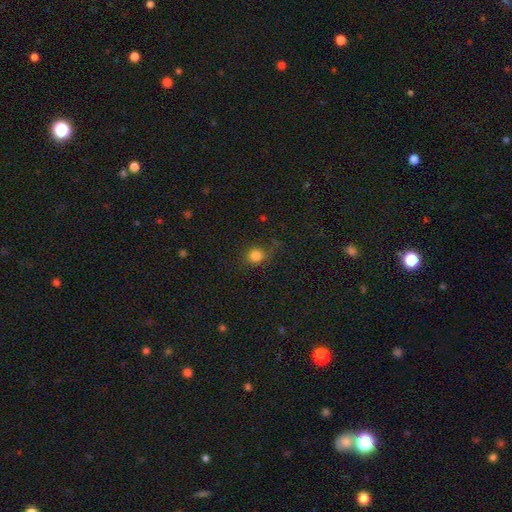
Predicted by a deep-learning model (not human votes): This appears to be a smooth galaxy with no disk features (82%) that is round (86%). Merging: none (70%).